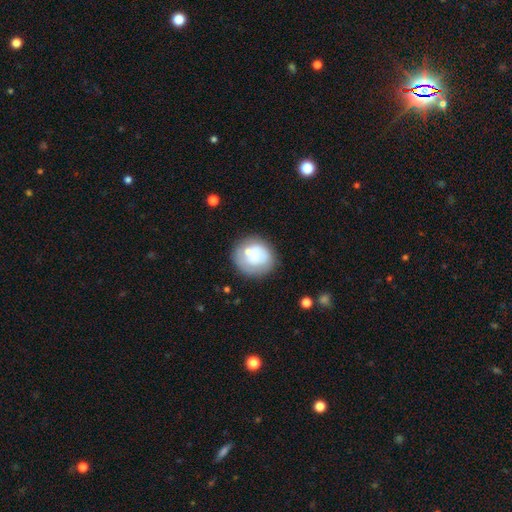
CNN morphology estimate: A smooth galaxy with no disk features (62%) that is round (85%).

Vote fractions:
- Smooth or featured? smooth: 62% / featured or disk: 30% / star or artifact: 8%
- How rounded? round: 85% / in between: 14% / cigar-shaped: 1%
- Merging? none: 61% / minor disturbance: 19% / merger: 11% / major disturbance: 9%